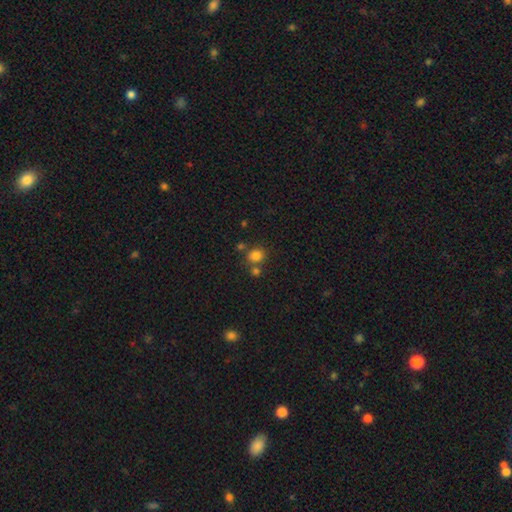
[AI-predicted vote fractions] A smooth galaxy with no disk features (80%) that is round (74%).

Vote fractions:
- Smooth or featured? smooth: 80% / star or artifact: 14% / featured or disk: 6%
- How rounded? round: 74% / in between: 25% / cigar-shaped: 1%
- Merging? none: 65% / merger: 22% / minor disturbance: 10% / major disturbance: 3%